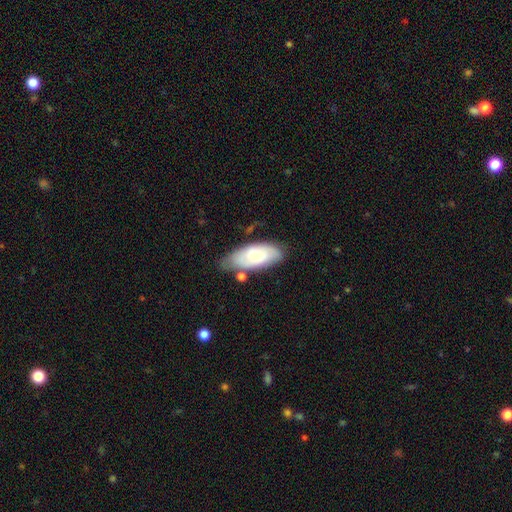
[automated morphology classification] Smooth or featured: smooth — 61% (featured or disk — 33%)
How rounded: in between — 88% (cigar-shaped — 10%)
Merging: none — 59% (minor disturbance — 26%)